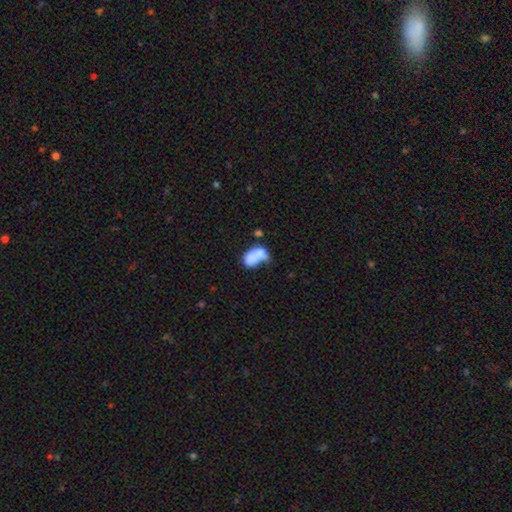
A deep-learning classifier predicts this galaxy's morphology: This is likely a smooth galaxy (70%). How rounded: clearly in between (87%). Merging: marginally merger (41%).